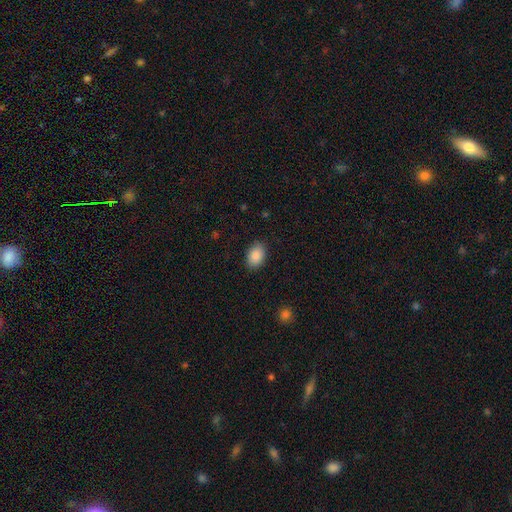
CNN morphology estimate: Smooth or featured? smooth (89%)
How rounded? in between (83%)
Merging? none (87%)